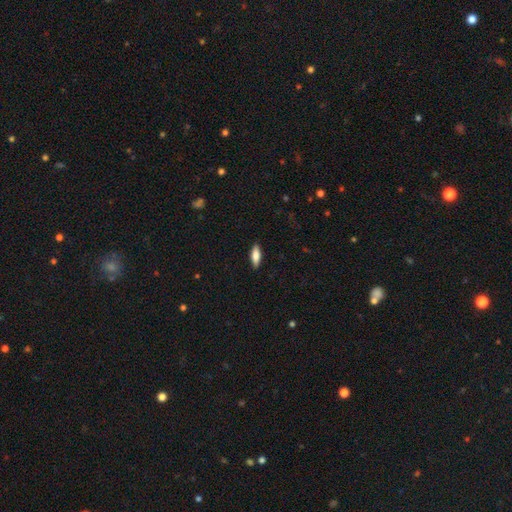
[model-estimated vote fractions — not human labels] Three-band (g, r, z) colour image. It shows a smooth galaxy with no disk features (77%) that is in between round and cigar-shaped (62%). Merging: none (89%).